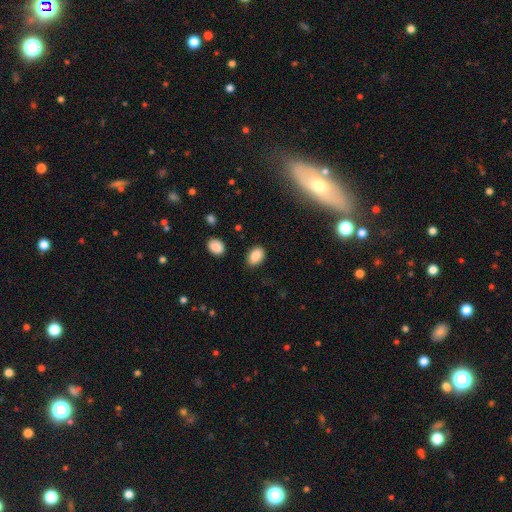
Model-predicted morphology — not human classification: A smooth galaxy with no disk features (87%) that is in between round and cigar-shaped (86%).

Vote fractions:
- Smooth or featured? smooth: 87% / star or artifact: 8% / featured or disk: 4%
- How rounded? in between: 86% / round: 13% / cigar-shaped: 1%
- Merging? none: 85% / minor disturbance: 11% / major disturbance: 3% / merger: 2%